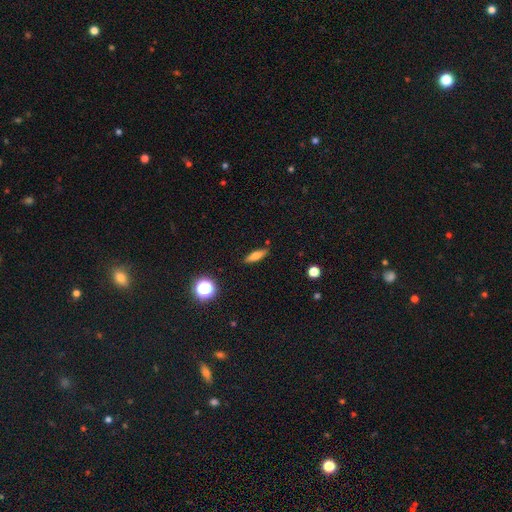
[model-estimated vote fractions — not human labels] Morphology: type=smooth (64%); roundness=cigar-shaped (53%); merging=none (88%).